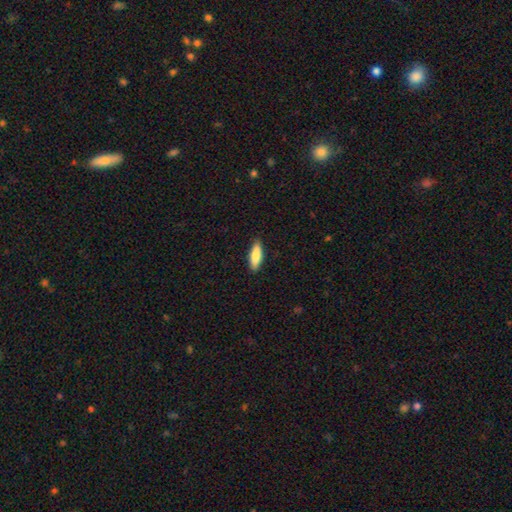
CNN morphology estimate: The model was most divided on "how rounded": in between: 57%, cigar-shaped: 41%, round: 2%. More confident: merging — none (88%); smooth or featured — smooth (82%).